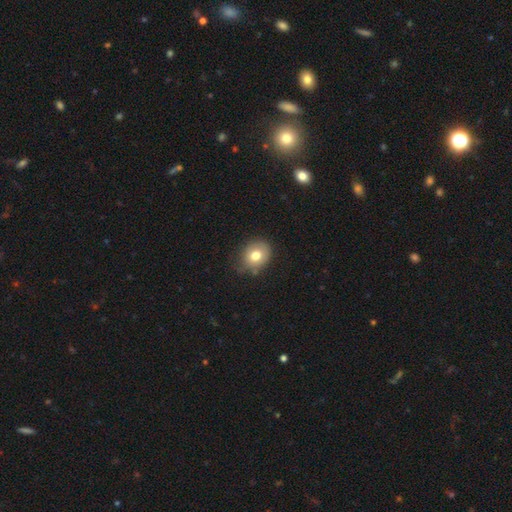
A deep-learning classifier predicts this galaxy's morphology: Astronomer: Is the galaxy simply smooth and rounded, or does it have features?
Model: smooth — 75%.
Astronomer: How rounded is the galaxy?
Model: round — 63%.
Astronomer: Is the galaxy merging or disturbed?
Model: none — 69%.